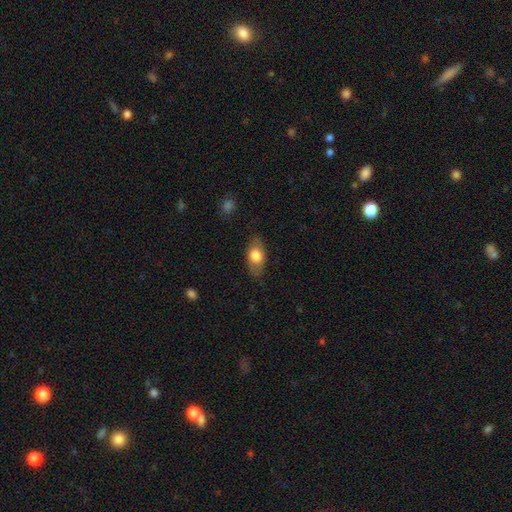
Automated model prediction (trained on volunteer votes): Smooth or featured? smooth (73%)
How rounded? in between (89%)
Merging? none (79%)